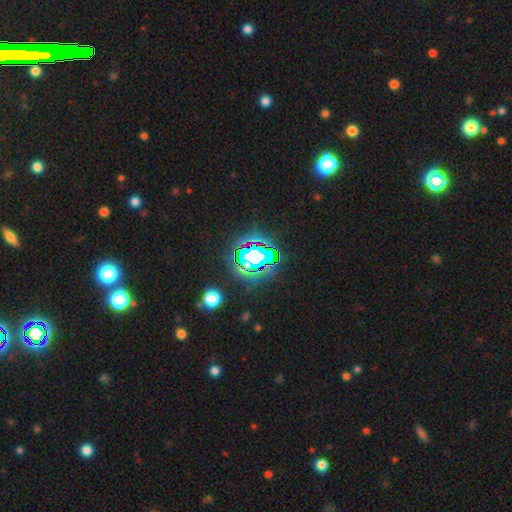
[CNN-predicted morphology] Overall: star or artifact (78%).